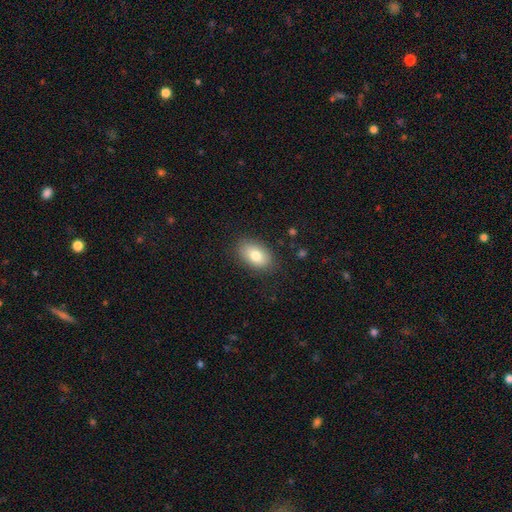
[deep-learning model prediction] Smooth or featured?
  - smooth: 79% *
  - featured or disk: 13%
  - star or artifact: 8%
How rounded?
  - in between: 90% *
  - round: 9%
  - cigar-shaped: 1%
Merging?
  - none: 85% *
  - minor disturbance: 11%
  - major disturbance: 3%
  - merger: 1%